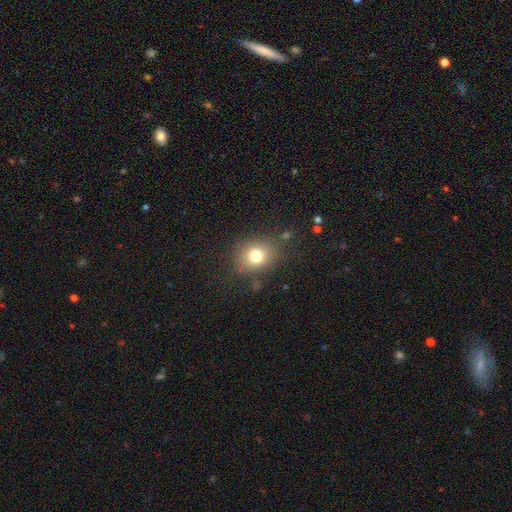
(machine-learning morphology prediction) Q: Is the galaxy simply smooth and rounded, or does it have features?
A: smooth — 76%.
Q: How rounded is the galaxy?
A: round — 61%.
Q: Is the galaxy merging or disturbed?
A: none — 78%.